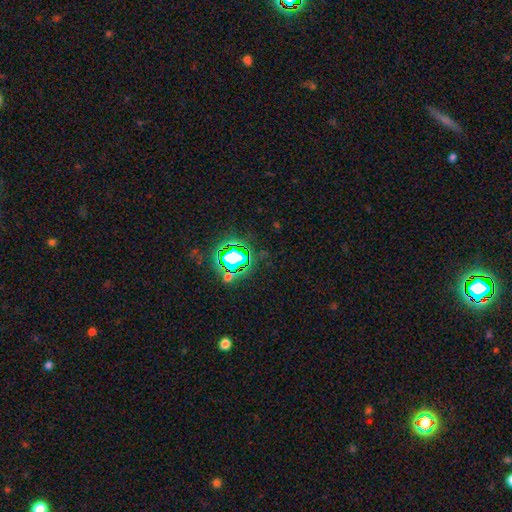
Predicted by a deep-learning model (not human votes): Smooth or featured? star or artifact (79%)